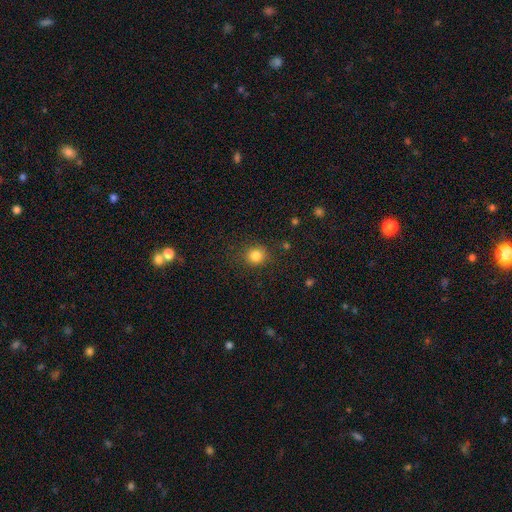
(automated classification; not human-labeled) A smooth galaxy with no disk features (83%) that is round (85%).

Vote fractions:
- Smooth or featured? smooth: 83% / star or artifact: 12% / featured or disk: 5%
- How rounded? round: 85% / in between: 14% / cigar-shaped: 1%
- Merging? none: 85% / minor disturbance: 10% / major disturbance: 3% / merger: 1%